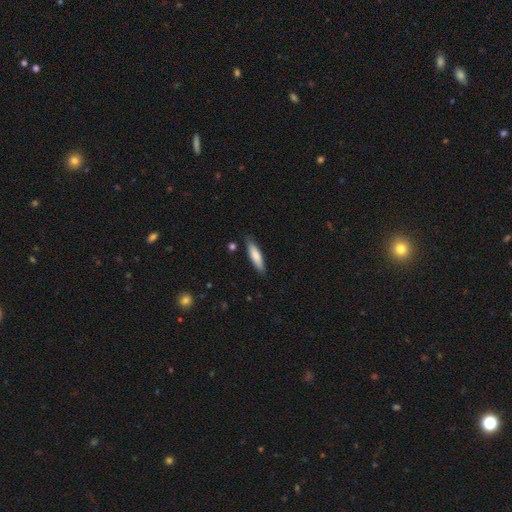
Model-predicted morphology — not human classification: The model was most divided on "how rounded": cigar-shaped: 73%, in between: 26%, round: 1%. More confident: merging — none (83%); smooth or featured — smooth (79%).